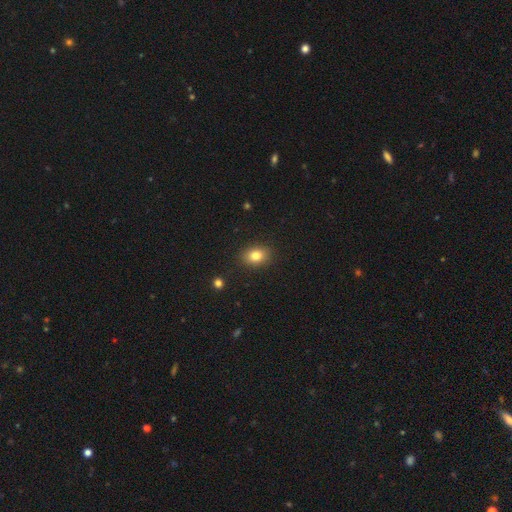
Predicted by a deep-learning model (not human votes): Q: Smooth or featured?
A: smooth (81%); runner-up: star or artifact (10%)
Q: How rounded?
A: in between (66%); runner-up: round (33%)
Q: Merging?
A: none (88%); runner-up: minor disturbance (8%)